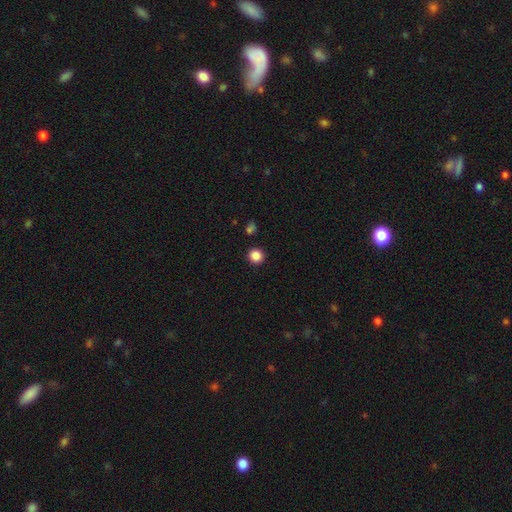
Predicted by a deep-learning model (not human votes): The model was most divided on "smooth or featured": smooth: 86%, star or artifact: 11%, featured or disk: 3%. More confident: how rounded — round (94%); merging — none (91%).